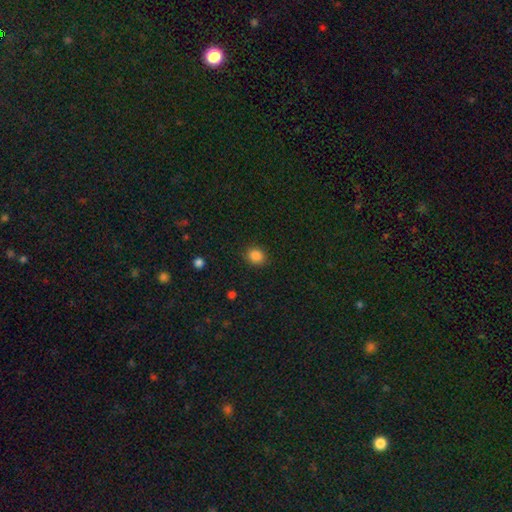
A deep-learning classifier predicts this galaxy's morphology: Smooth or featured? smooth (86%)
How rounded? round (72%)
Merging? none (88%)